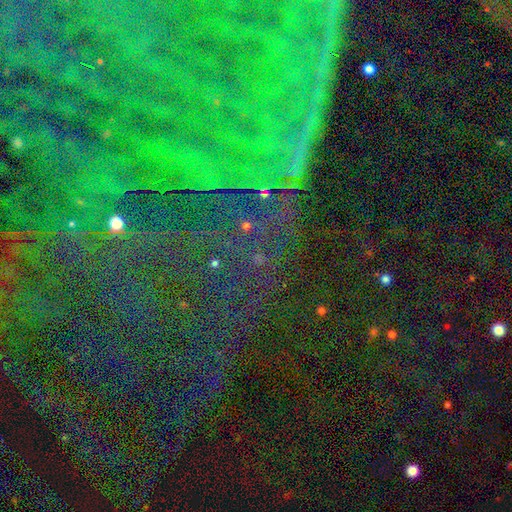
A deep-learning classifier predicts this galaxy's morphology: Smooth or featured? star or artifact (86%)